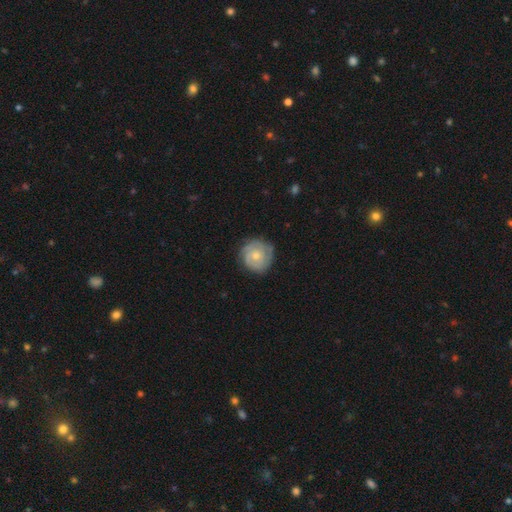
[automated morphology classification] A featured or disk galaxy (68%) with no bar (80%), 2 (36%) tight (72%) spiral arms (86%) and a small central bulge (52%).

Vote fractions:
- Smooth or featured? featured or disk: 68% / smooth: 27% / star or artifact: 5%
- Edge-on disk? no: 98% / yes: 2%
- Bar? no: 80% / weak: 17% / strong: 3%
- Spiral arms? yes: 86% / no: 14%
- Spiral winding? tight: 72% / medium: 21% / loose: 6%
- Spiral arm count? 2: 36% / can't tell: 32% / 3: 16% / 1: 8% / 4: 4% / more than 4: 4%
- Bulge size? small: 52% / moderate: 44% / large: 2% / none: 2% / dominant: 1%
- Merging? none: 75% / minor disturbance: 18% / major disturbance: 5% / merger: 1%